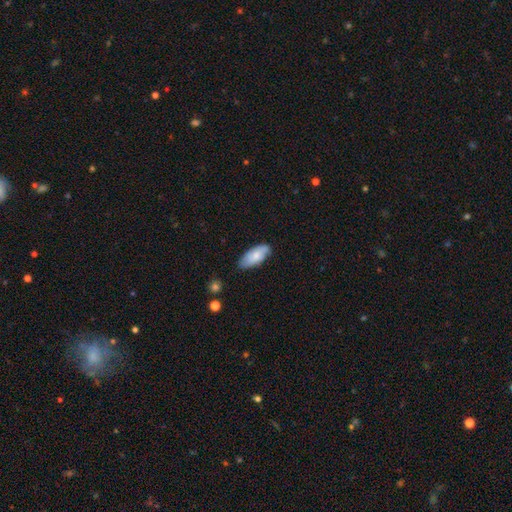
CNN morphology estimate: Smooth or featured? Predicted: smooth (p=0.70). How rounded? Predicted: in between (p=0.88). Merging? Predicted: none (p=0.75).